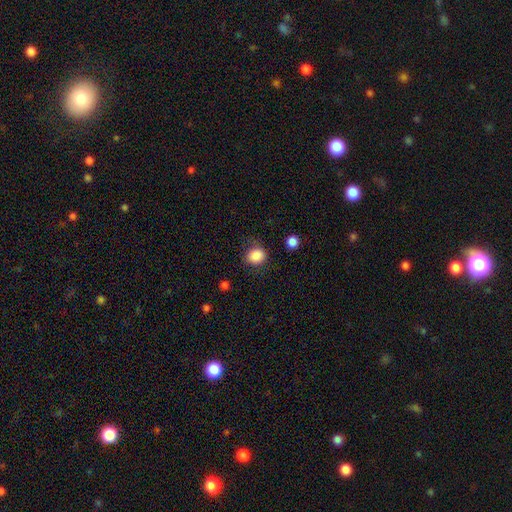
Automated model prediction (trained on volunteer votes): This appears to be a smooth galaxy with no disk features (87%) that is round (71%). Merging: none (77%).